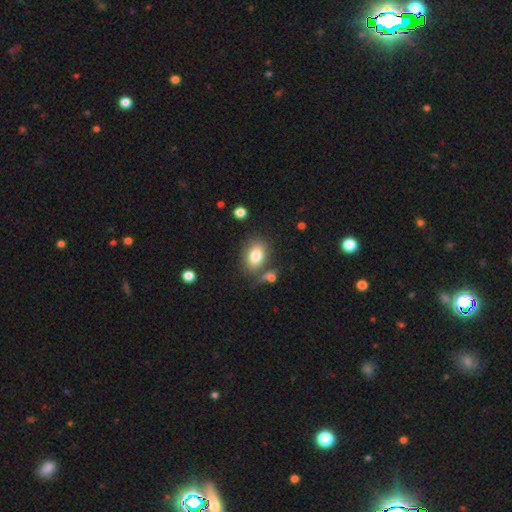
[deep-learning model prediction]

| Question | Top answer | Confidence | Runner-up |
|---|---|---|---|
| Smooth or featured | smooth | 80% | featured or disk (11%) |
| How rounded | in between | 76% | round (23%) |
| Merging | none | 72% | minor disturbance (13%) |